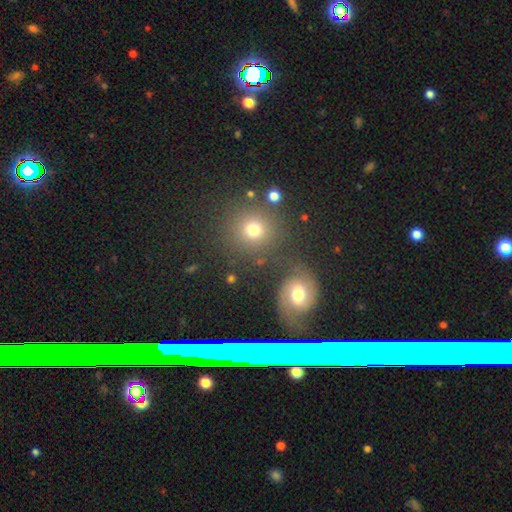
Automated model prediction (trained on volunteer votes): Smooth or featured? smooth (47%)
Merging? none (88%)